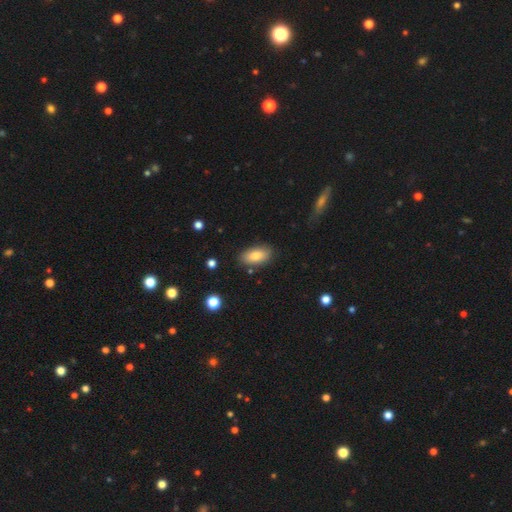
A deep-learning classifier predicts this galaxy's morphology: This is clearly a smooth galaxy (80%). How rounded: clearly in between (92%). Merging: clearly none (82%).